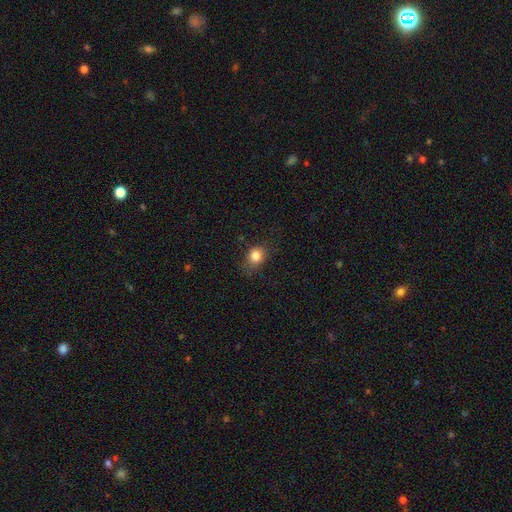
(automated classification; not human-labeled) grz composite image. It shows a smooth galaxy with no disk features (83%) that is round (56%). Merging: none (74%).